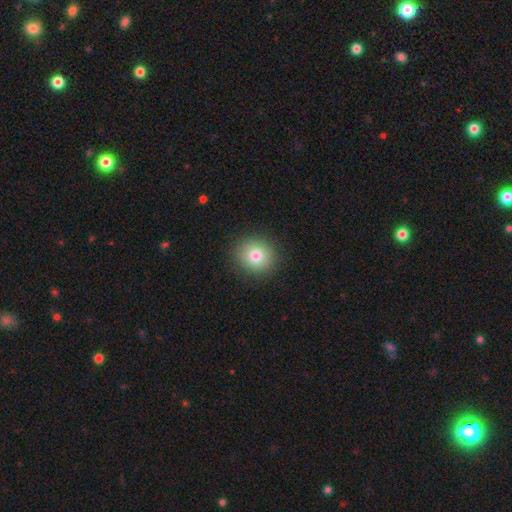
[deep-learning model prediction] Smooth or featured?
  - smooth: 79% *
  - star or artifact: 11%
  - featured or disk: 10%
How rounded?
  - round: 86% *
  - in between: 13%
  - cigar-shaped: 1%
Merging?
  - none: 90% *
  - minor disturbance: 7%
  - major disturbance: 2%
  - merger: 1%